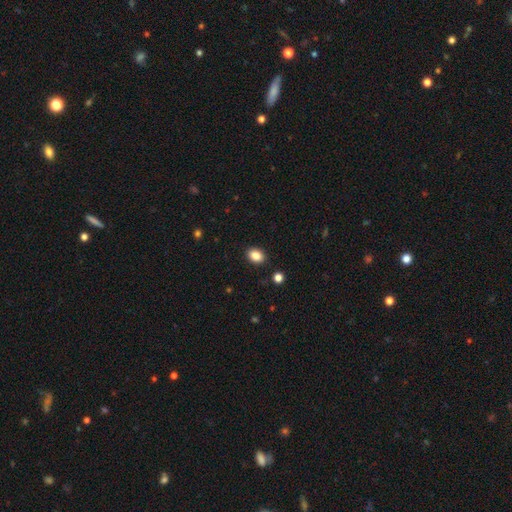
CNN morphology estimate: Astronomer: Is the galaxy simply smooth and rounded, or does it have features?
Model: smooth — 86%.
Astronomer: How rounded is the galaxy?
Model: in between — 67%.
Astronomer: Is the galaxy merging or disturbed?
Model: none — 89%.